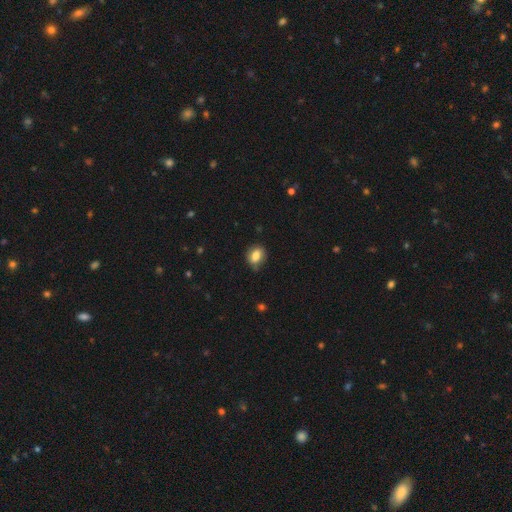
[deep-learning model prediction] Smooth or featured? Predicted: smooth (p=0.80). How rounded? Predicted: in between (p=0.59). Merging? Predicted: none (p=0.74).